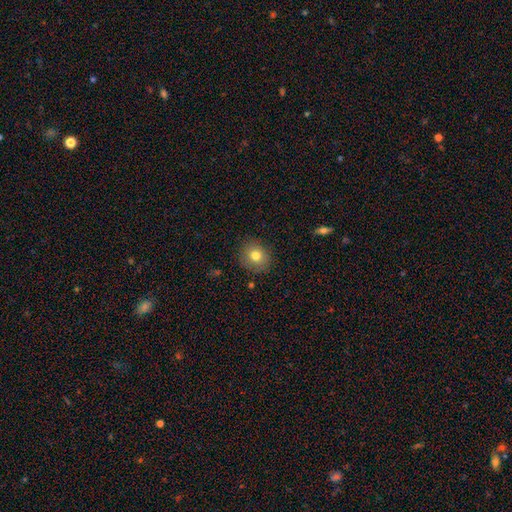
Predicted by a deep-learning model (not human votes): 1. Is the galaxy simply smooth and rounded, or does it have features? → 78% smooth, 12% featured or disk, 11% star or artifact.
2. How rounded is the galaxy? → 81% round, 18% in between, 1% cigar-shaped.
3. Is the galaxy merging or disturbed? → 87% none, 9% minor disturbance, 3% major disturbance, 1% merger.